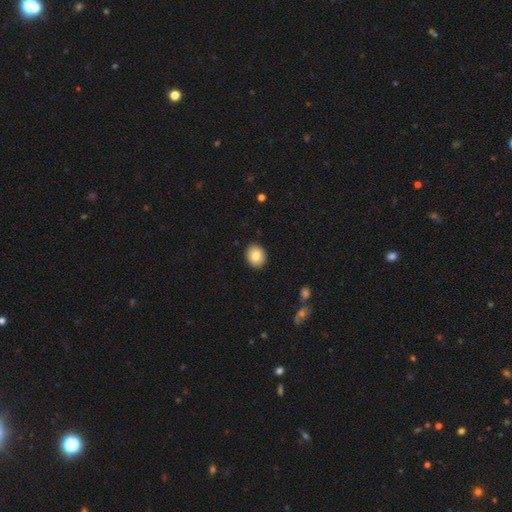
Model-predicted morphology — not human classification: Smooth or featured? smooth (82%)
How rounded? round (62%)
Merging? none (91%)